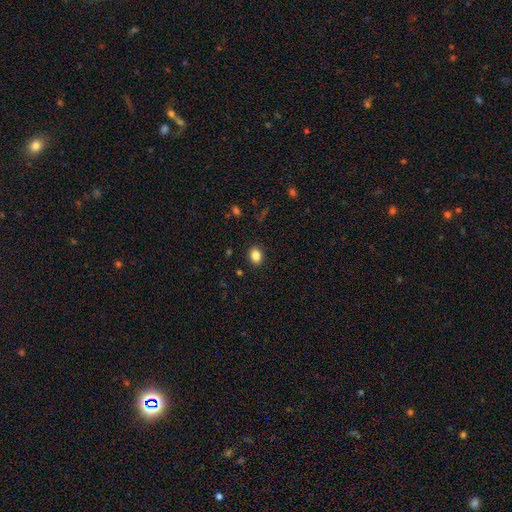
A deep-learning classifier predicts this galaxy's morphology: A smooth galaxy with no disk features (85%) that is in between round and cigar-shaped (57%). Merging: none (89%).